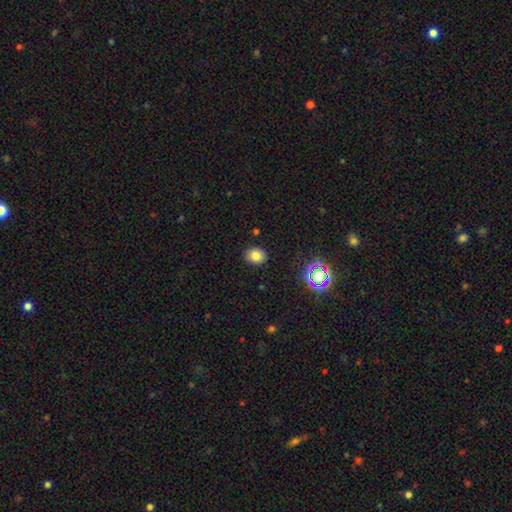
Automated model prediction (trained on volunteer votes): Overall: smooth (79%). How rounded: round (63%; in between 36%). Merging: none (89%).